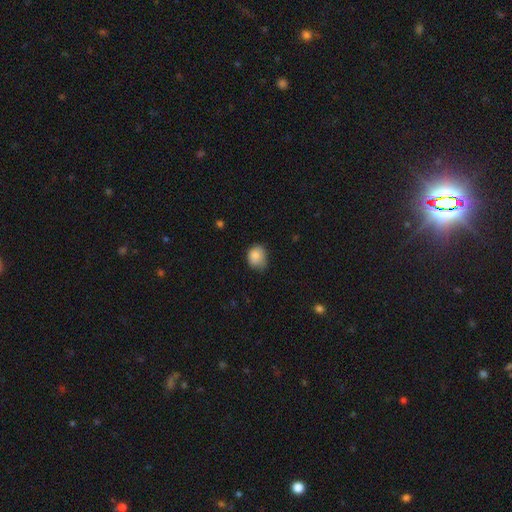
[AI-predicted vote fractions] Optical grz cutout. It shows a smooth galaxy with no disk features (84%) that is round (52%). Merging: none (51%).